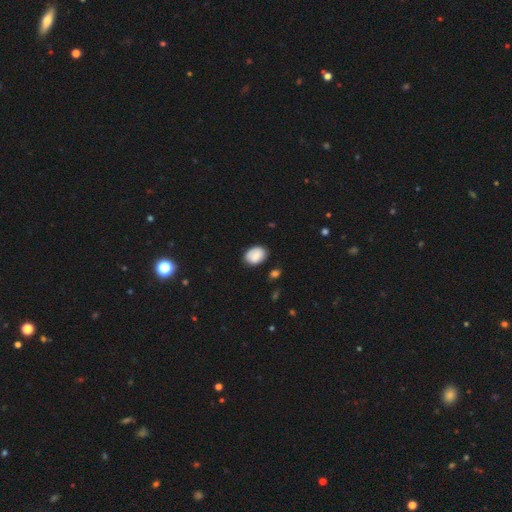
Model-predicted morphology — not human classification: A smooth galaxy with no disk features (82%) that is in between round and cigar-shaped (67%). Merging: none (80%).